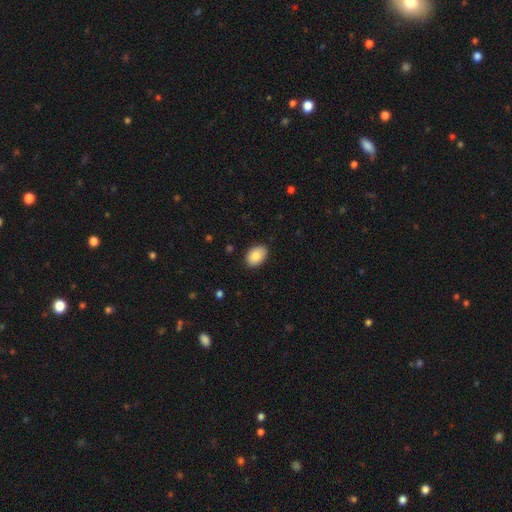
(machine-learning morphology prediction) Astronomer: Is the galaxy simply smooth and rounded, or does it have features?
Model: smooth — 88%.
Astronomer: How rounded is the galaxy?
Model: in between — 86%.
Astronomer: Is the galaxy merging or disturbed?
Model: none — 88%.